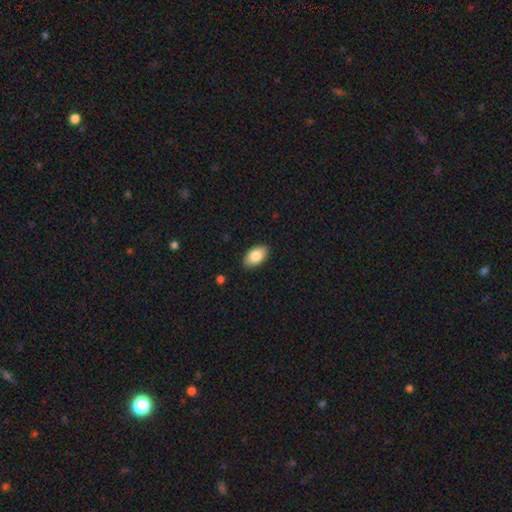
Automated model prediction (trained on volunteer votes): Morphology: type=smooth (84%); roundness=in between (94%); merging=none (88%).